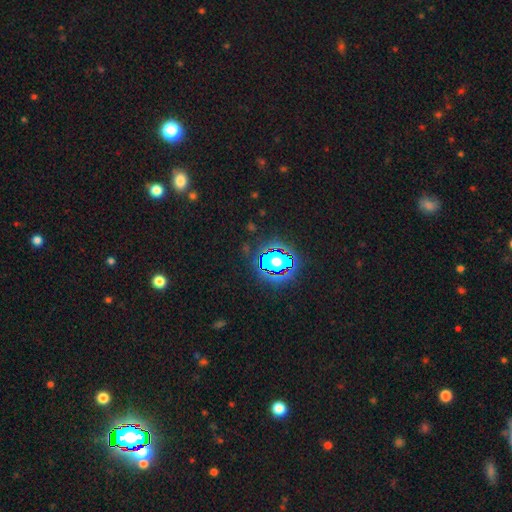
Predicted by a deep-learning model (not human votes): Smooth or featured? Predicted: star or artifact (p=0.80).